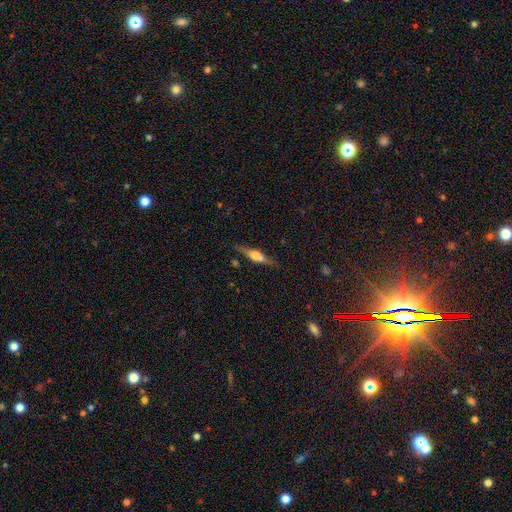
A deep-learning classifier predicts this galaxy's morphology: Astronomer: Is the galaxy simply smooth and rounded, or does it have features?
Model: featured or disk — 68%.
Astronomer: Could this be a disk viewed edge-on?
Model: yes — 95%.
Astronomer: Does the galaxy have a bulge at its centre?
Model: rounded — 87%.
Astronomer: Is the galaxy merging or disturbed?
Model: none — 82%.